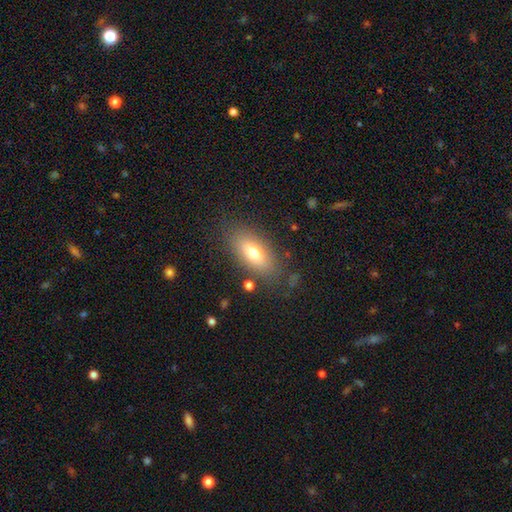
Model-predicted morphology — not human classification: Smooth or featured? smooth (69%)
How rounded? in between (82%)
Merging? none (82%)